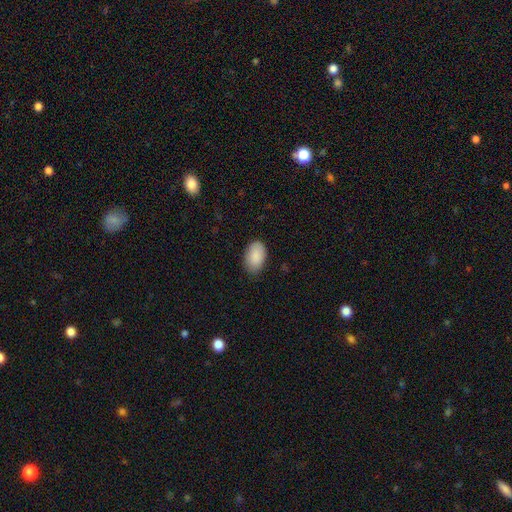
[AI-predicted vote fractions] smooth 89%, star or artifact 6%, featured or disk 5%. Down the decision tree: how rounded — in between (93%); merging — none (78%).